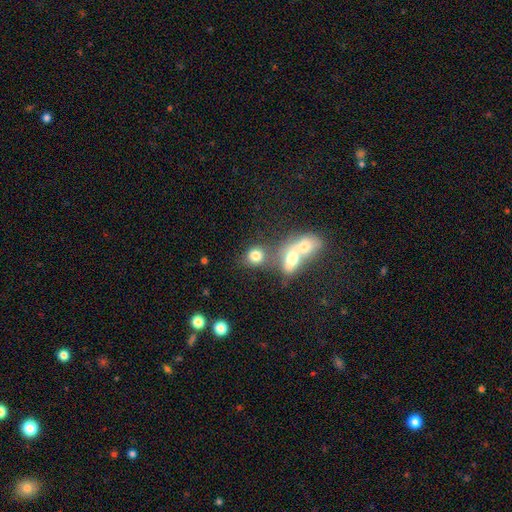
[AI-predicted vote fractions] A smooth galaxy with no disk features (77%) that is round (71%).

Vote fractions:
- Smooth or featured? smooth: 77% / star or artifact: 12% / featured or disk: 10%
- How rounded? round: 71% / in between: 27% / cigar-shaped: 2%
- Merging? none: 44% / merger: 42% / minor disturbance: 8% / major disturbance: 5%